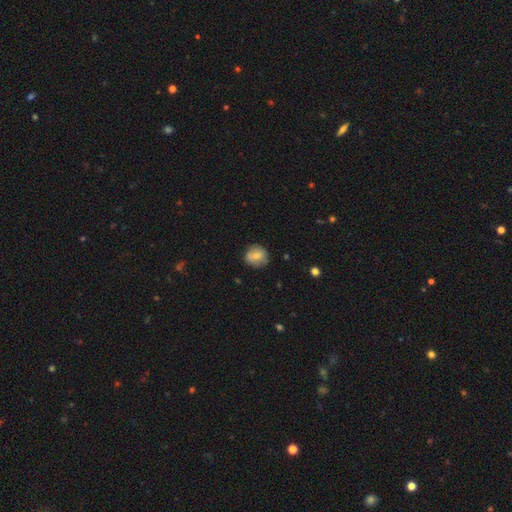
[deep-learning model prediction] A smooth galaxy with no disk features (70%) that is round (83%). Merging: none (75%).